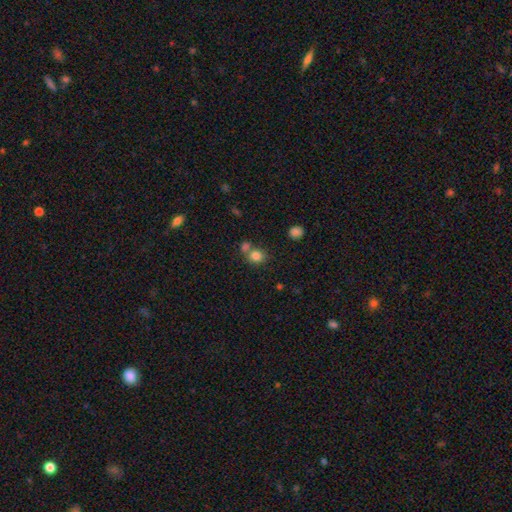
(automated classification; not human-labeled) A smooth galaxy with no disk features (81%) that is round (76%).

Vote fractions:
- Smooth or featured? smooth: 81% / star or artifact: 12% / featured or disk: 7%
- How rounded? round: 76% / in between: 23% / cigar-shaped: 1%
- Merging? none: 51% / merger: 35% / minor disturbance: 10% / major disturbance: 4%